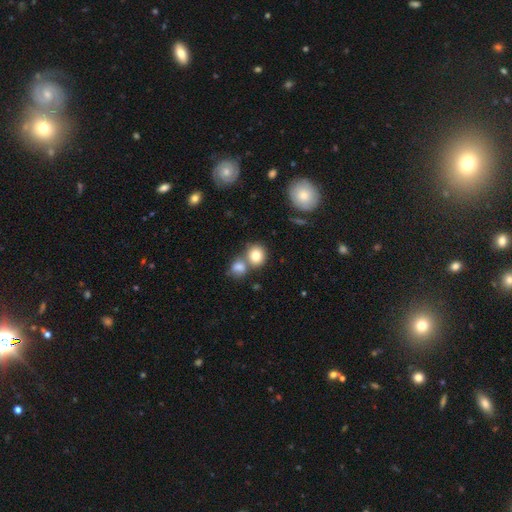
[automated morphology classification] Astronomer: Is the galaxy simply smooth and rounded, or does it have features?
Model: smooth — 80%.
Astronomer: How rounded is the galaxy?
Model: round — 76%.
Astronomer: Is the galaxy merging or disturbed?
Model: none — 53% (runner-up: merger, 35%).